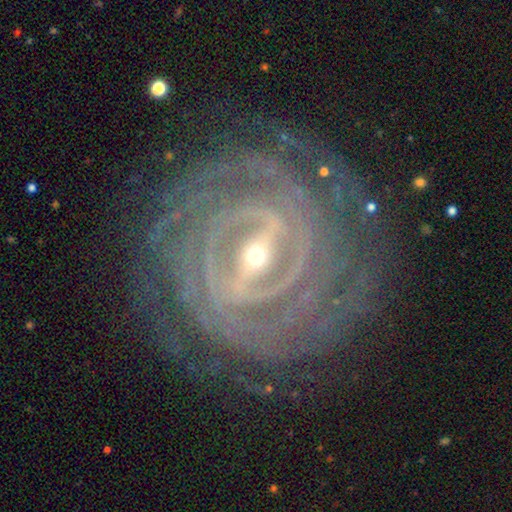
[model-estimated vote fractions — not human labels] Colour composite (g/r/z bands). It shows a featured or disk galaxy (91%) with a strong bar (67%), more than 4 (25%) tight (90%) spiral arms (98%) and a small central bulge (58%). Merging: none (86%).